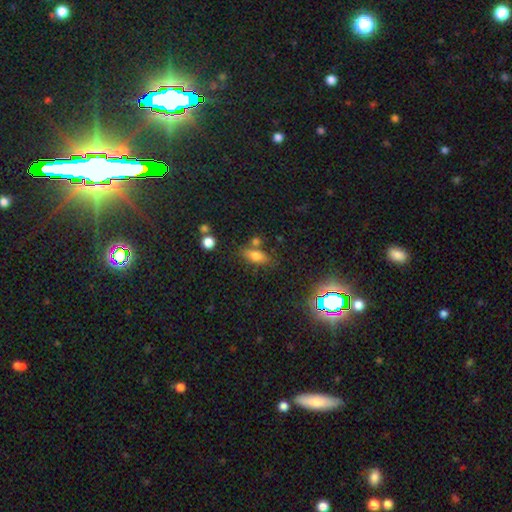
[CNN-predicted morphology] A smooth galaxy with no disk features (71%) that is in between round and cigar-shaped (74%).

Vote fractions:
- Smooth or featured? smooth: 71% / featured or disk: 15% / star or artifact: 13%
- How rounded? in between: 74% / cigar-shaped: 19% / round: 7%
- Merging? none: 65% / merger: 15% / minor disturbance: 14% / major disturbance: 5%